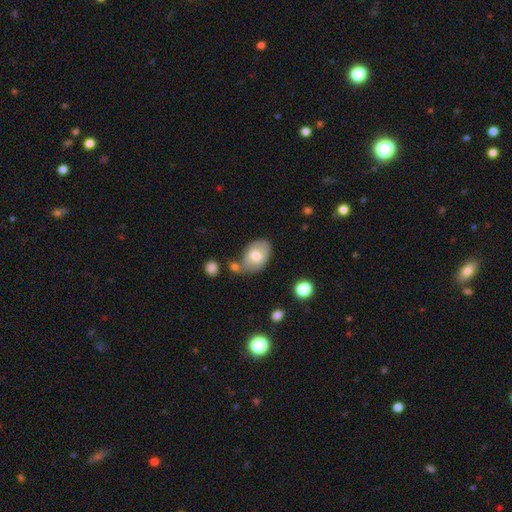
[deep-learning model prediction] Smooth or featured: smooth — 68% (featured or disk — 26%)
How rounded: in between — 84% (round — 15%)
Merging: none — 52% (minor disturbance — 24%)